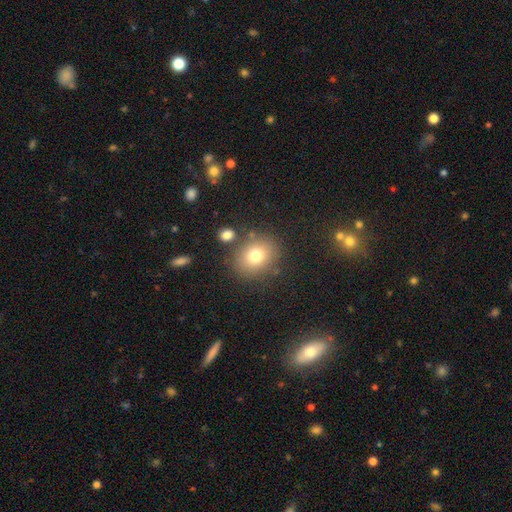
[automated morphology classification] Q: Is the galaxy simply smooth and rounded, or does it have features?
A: smooth — 76%.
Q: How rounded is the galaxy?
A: round — 62%.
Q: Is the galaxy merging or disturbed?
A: none — 79%.